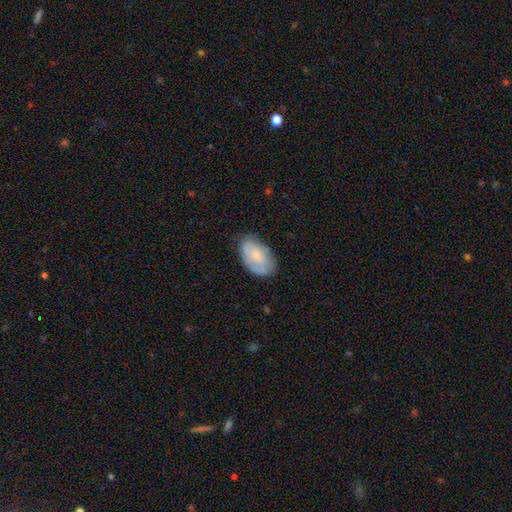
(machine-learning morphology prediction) smooth_or_featured: smooth (p=0.55) [alt: featured or disk p=0.38]
how_rounded: in between (p=0.91) [alt: round p=0.07]
merging: none (p=0.73) [alt: minor disturbance p=0.20]